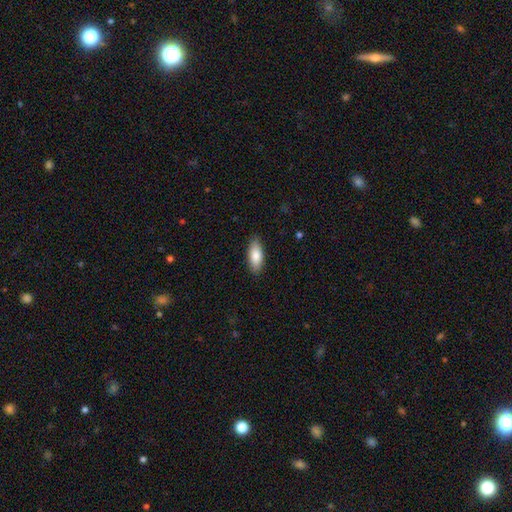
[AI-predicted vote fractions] smooth-or-featured: smooth: 84% | featured or disk: 10% | star or artifact: 6%
  how-rounded: in between: 80% | cigar-shaped: 18% | round: 2%
  merging: none: 87% | minor disturbance: 10% | major disturbance: 2% | merger: 1%